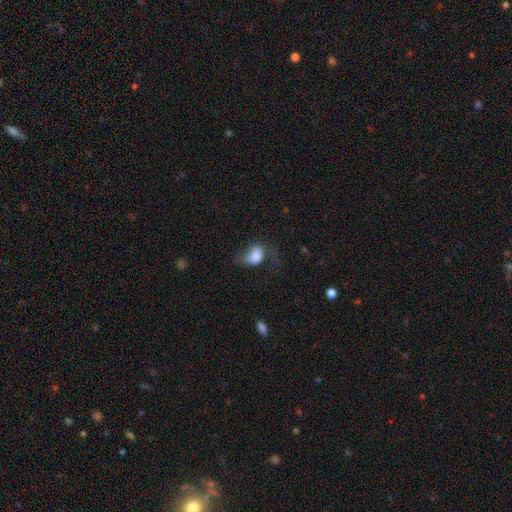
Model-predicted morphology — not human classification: This is likely a smooth galaxy (72%). How rounded: likely in between (78%). Merging: marginally major disturbance (38%).